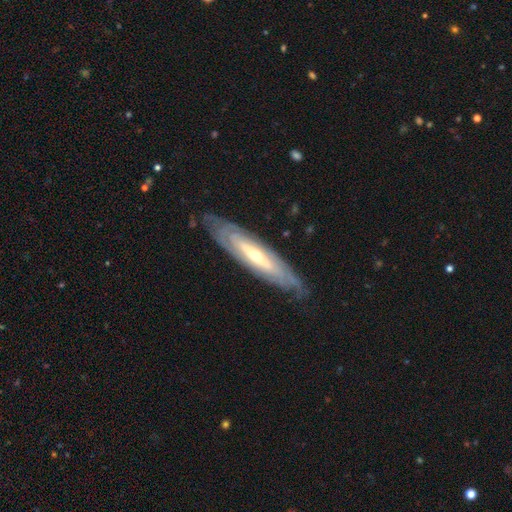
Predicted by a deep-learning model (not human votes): This is clearly a featured or disk galaxy (81%). It is likely not viewed edge-on (66%). Bar: possibly no (55%). Spiral arm pattern: clearly yes (80%). Central bulge: possibly small (52%). Merging: likely none (79%).